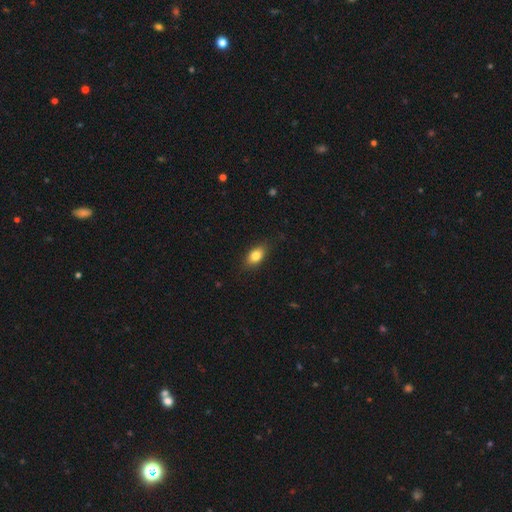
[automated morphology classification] smooth-or-featured: smooth: 82% | featured or disk: 10% | star or artifact: 8%
  how-rounded: in between: 84% | round: 12% | cigar-shaped: 5%
  merging: none: 84% | minor disturbance: 12% | major disturbance: 3% | merger: 1%